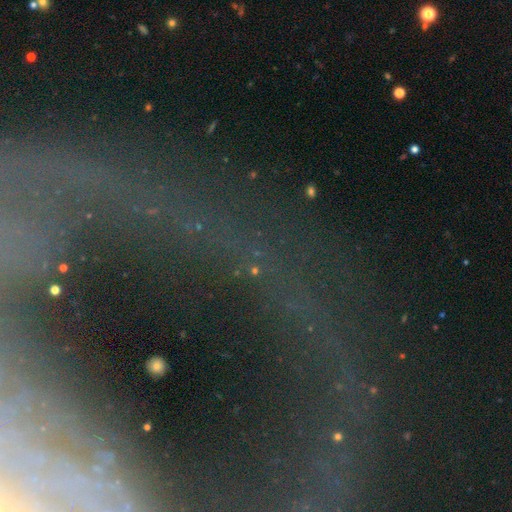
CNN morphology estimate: A star or artifact, not a galaxy (47%).